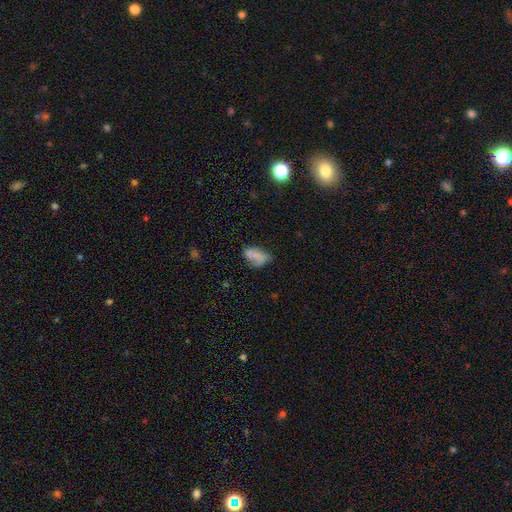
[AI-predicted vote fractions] Q: Smooth or featured?
A: smooth (66%); runner-up: featured or disk (22%)
Q: How rounded?
A: in between (89%); runner-up: round (7%)
Q: Merging?
A: none (40%); runner-up: minor disturbance (29%)